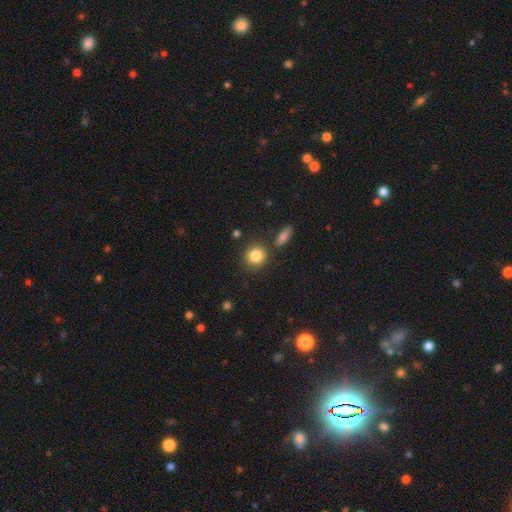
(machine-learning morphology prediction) Smooth or featured? smooth (85%)
How rounded? round (82%)
Merging? none (81%)